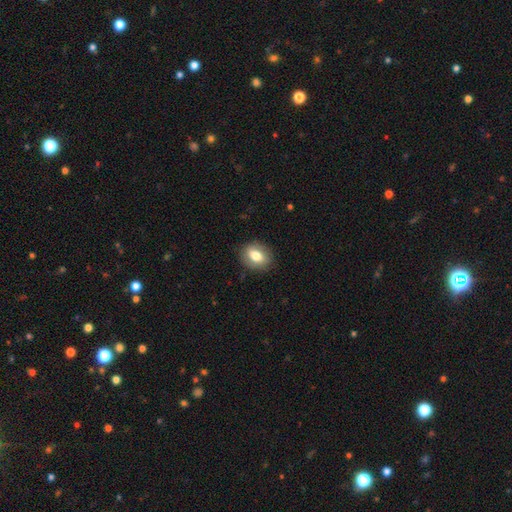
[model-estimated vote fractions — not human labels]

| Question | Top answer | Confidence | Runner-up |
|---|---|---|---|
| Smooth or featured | smooth | 76% | featured or disk (16%) |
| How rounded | in between | 58% | round (40%) |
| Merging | none | 86% | minor disturbance (10%) |